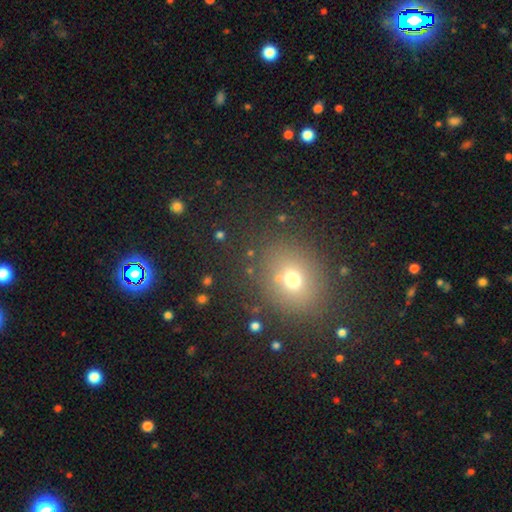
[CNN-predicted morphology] smooth_or_featured: smooth (p=0.61) [alt: star or artifact p=0.29]
how_rounded: round (p=0.65) [alt: in between p=0.34]
merging: none (p=0.87) [alt: minor disturbance p=0.08]